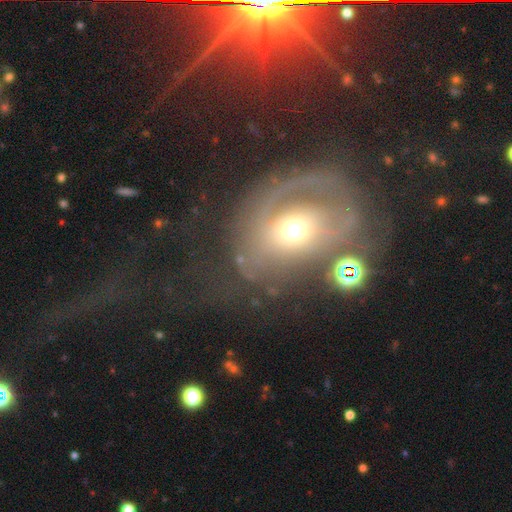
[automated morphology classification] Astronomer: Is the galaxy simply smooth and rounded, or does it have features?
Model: featured or disk — 67%.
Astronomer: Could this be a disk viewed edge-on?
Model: no — 95%.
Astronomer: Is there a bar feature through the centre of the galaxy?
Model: no — 72%.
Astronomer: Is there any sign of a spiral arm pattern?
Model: yes — 62% (runner-up: no, 38%).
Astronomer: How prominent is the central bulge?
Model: moderate — 61%.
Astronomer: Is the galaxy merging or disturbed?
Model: major disturbance — 40% (runner-up: none, 35%).